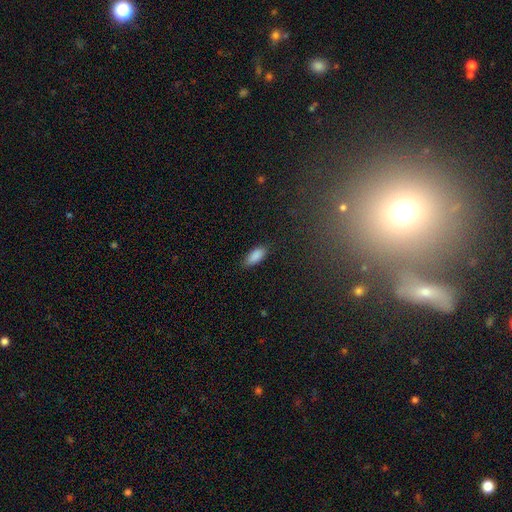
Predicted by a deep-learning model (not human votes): Smooth or featured? Predicted: smooth (p=0.89). How rounded? Predicted: in between (p=0.80). Merging? Predicted: none (p=0.82).